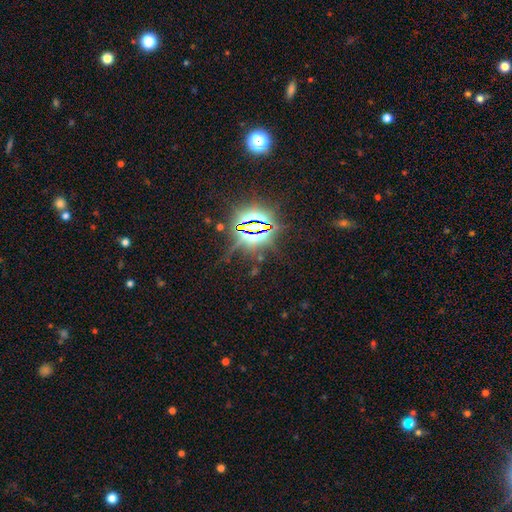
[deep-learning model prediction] smooth-or-featured: star or artifact: 85% | smooth: 9% | featured or disk: 7%